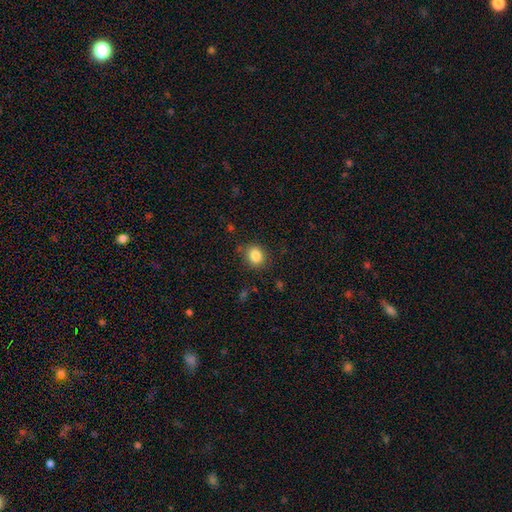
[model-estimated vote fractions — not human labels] This appears to be a smooth galaxy with no disk features (85%) that is round (67%). Merging: none (84%).